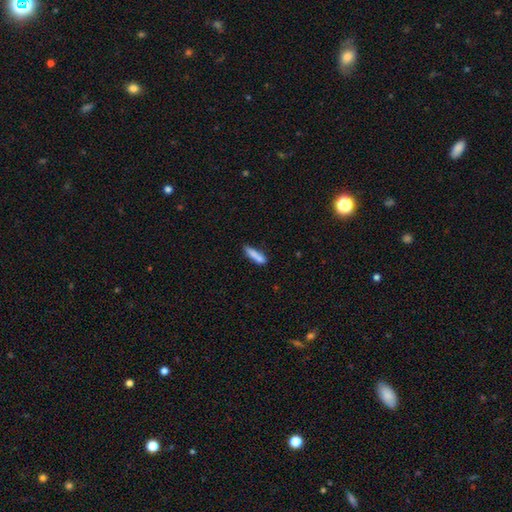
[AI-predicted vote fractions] Overall: smooth (79%). How rounded: cigar-shaped (80%). Merging: none (66%).